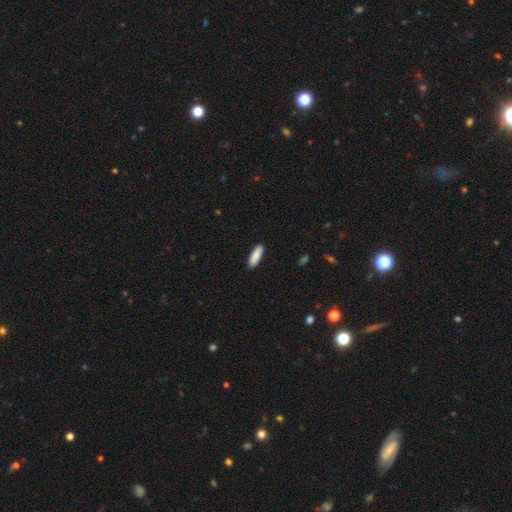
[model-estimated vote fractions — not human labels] Morphology: type=smooth (89%); roundness=cigar-shaped (54%); merging=none (90%).